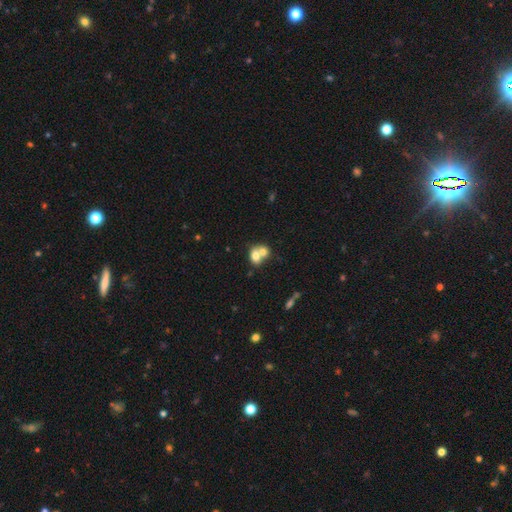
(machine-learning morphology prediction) Smooth or featured?
  - smooth: 70% *
  - featured or disk: 20%
  - star or artifact: 9%
How rounded?
  - in between: 52% *
  - round: 46%
  - cigar-shaped: 1%
Merging?
  - merger: 67% *
  - none: 23%
  - minor disturbance: 6%
  - major disturbance: 3%